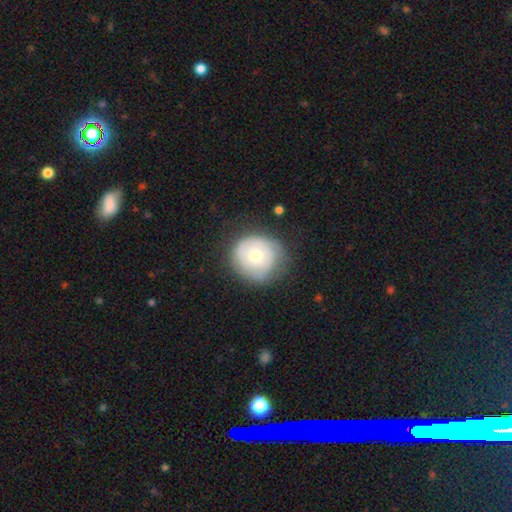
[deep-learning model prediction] Overall: smooth (51%; featured or disk 42%). How rounded: round (86%). Merging: none (62%; minor disturbance 26%).